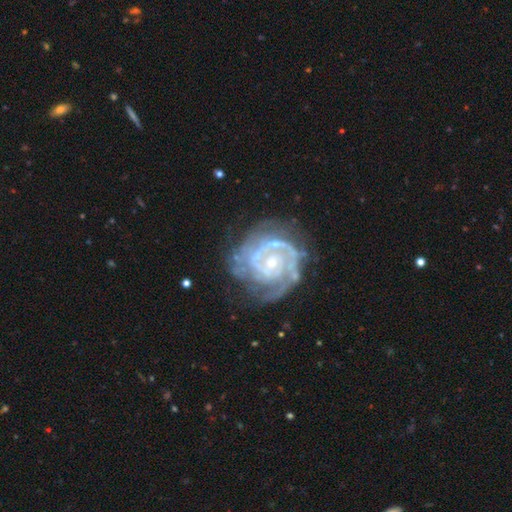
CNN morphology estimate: The model was most divided on "spiral arm count": 2: 34%, can't tell: 24%, 3: 21%, 4: 8%, 1: 7%, more than 4: 6%. More confident: edge-on disk — no (98%); spiral arms — yes (95%); smooth or featured — featured or disk (89%); bar — no (72%); spiral winding — tight (68%); bulge size — small (66%); merging — none (59%).